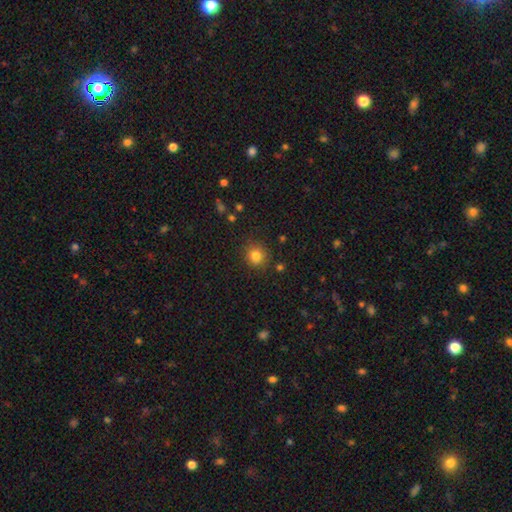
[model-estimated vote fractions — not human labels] Smooth or featured: smooth — 82% (star or artifact — 12%)
How rounded: round — 89% (in between — 10%)
Merging: none — 87% (minor disturbance — 8%)